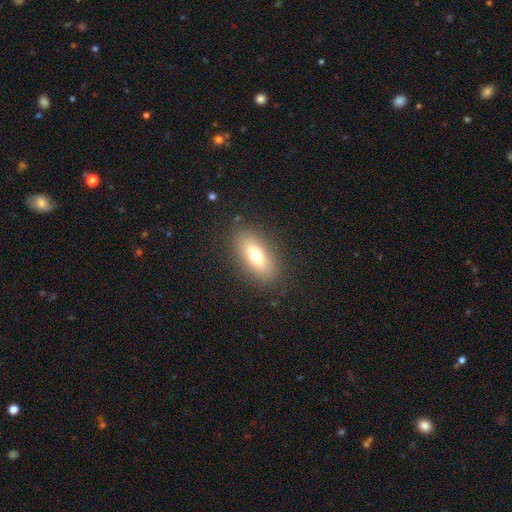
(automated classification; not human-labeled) A smooth galaxy with no disk features (68%) that is in between round and cigar-shaped (77%). Merging: none (86%).